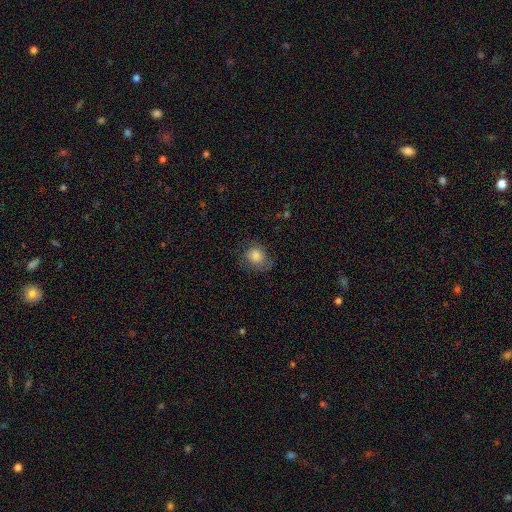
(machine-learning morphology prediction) smooth 73%, featured or disk 18%, star or artifact 10%. Down the decision tree: how rounded — round (64%); merging — none (64%).